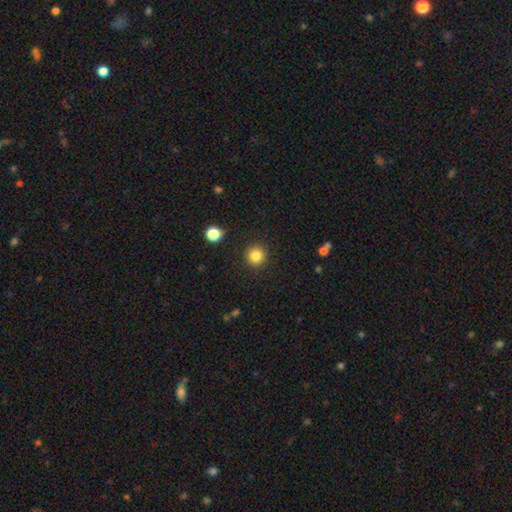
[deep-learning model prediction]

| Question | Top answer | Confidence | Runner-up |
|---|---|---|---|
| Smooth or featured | smooth | 84% | star or artifact (11%) |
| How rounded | round | 94% | in between (5%) |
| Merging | none | 91% | minor disturbance (5%) |